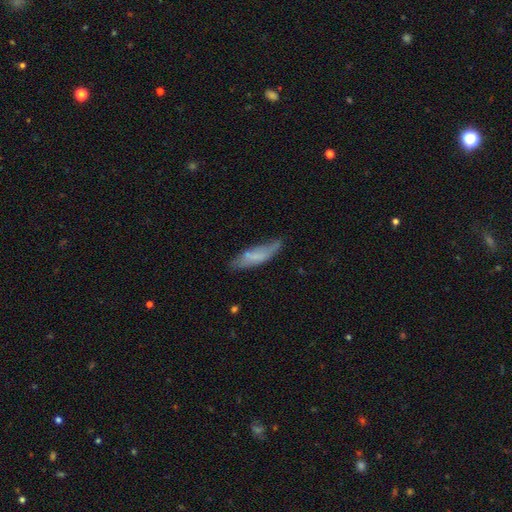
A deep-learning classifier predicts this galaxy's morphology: A smooth galaxy with no disk features (63%) that is cigar-shaped (57%).

Vote fractions:
- Smooth or featured? smooth: 63% / featured or disk: 30% / star or artifact: 7%
- How rounded? cigar-shaped: 57% / in between: 41% / round: 2%
- Merging? none: 54% / minor disturbance: 31% / major disturbance: 12% / merger: 4%